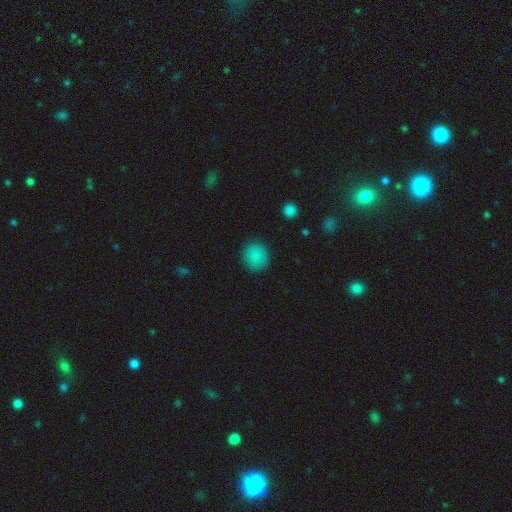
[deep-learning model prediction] Smooth or featured? smooth (87%)
How rounded? round (88%)
Merging? none (89%)